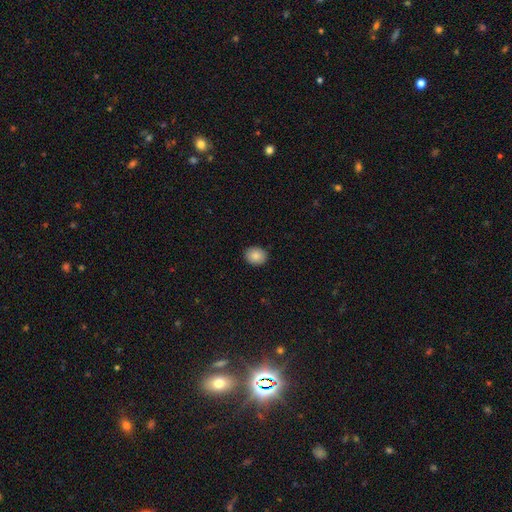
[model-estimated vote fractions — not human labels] Smooth or featured?
  - smooth: 87% *
  - star or artifact: 8%
  - featured or disk: 5%
How rounded?
  - round: 54% *
  - in between: 45%
  - cigar-shaped: 1%
Merging?
  - none: 90% *
  - minor disturbance: 7%
  - major disturbance: 2%
  - merger: 1%